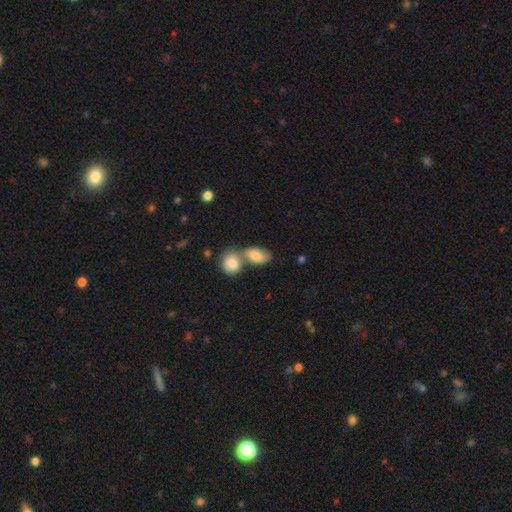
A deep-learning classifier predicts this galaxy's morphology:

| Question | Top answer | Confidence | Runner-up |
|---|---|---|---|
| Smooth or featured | smooth | 77% | featured or disk (15%) |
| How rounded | in between | 84% | round (13%) |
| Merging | merger | 61% | none (25%) |